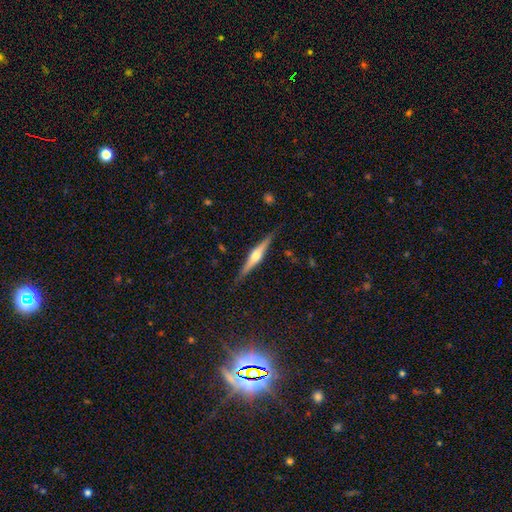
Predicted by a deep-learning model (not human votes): featured or disk 74%, smooth 20%, star or artifact 6%. Down the decision tree: edge-on disk — yes (98%); edge-on bulge — rounded (92%); merging — none (87%).